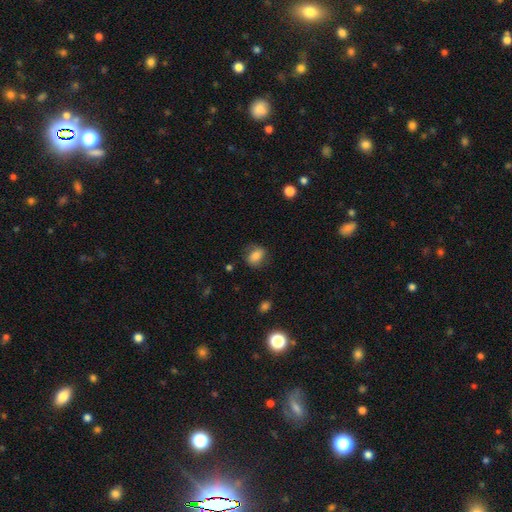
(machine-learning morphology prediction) smooth_or_featured: smooth (p=0.75) [alt: featured or disk p=0.16]
how_rounded: in between (p=0.62) [alt: round p=0.36]
merging: none (p=0.72) [alt: minor disturbance p=0.19]